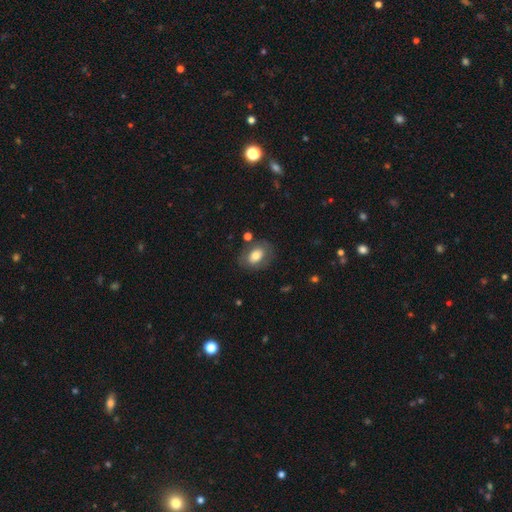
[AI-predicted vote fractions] smooth_or_featured: smooth (p=0.71) [alt: featured or disk p=0.21]
how_rounded: in between (p=0.75) [alt: round p=0.24]
merging: none (p=0.73) [alt: minor disturbance p=0.15]